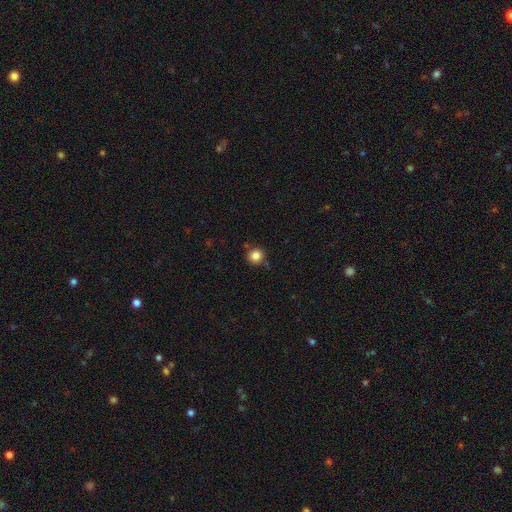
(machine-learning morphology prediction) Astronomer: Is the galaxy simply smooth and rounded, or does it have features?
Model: smooth — 83%.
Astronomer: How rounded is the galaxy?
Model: round — 92%.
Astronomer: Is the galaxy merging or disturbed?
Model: none — 83%.